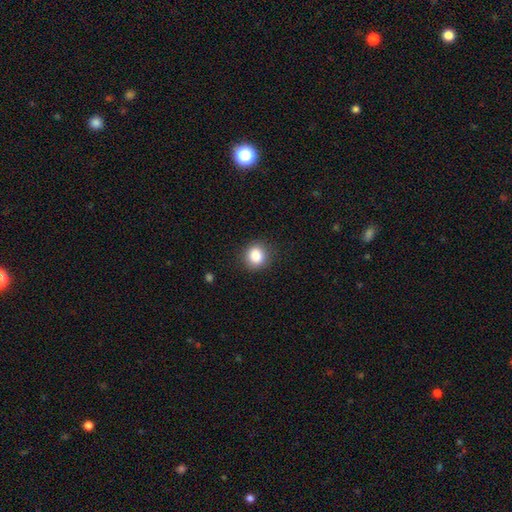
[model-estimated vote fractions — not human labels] Morphology: type=smooth (86%); roundness=round (84%); merging=none (88%).